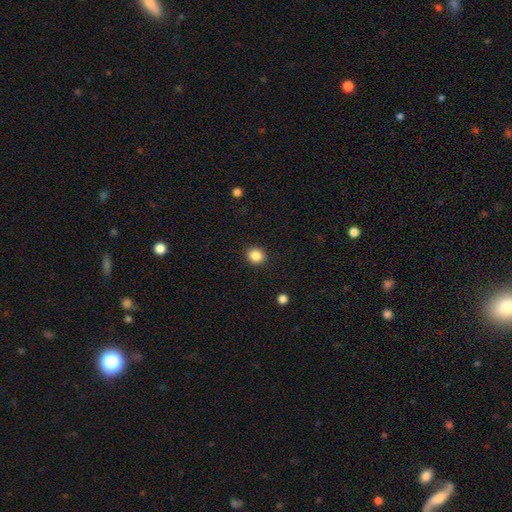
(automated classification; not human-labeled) Smooth or featured: smooth — 86% (star or artifact — 10%)
How rounded: round — 77% (in between — 22%)
Merging: none — 90% (minor disturbance — 6%)